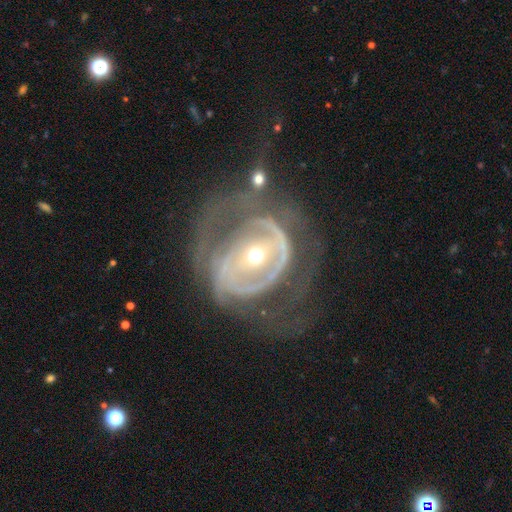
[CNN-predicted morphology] The model was most divided on "bar": no: 35%, strong: 33%, weak: 32%. Remaining: edge-on disk — no (96%); smooth or featured — featured or disk (83%); spiral arms — yes (66%); spiral winding — tight (50%); bulge size — small (50%); spiral arm count — 2 (45%); merging — none (39%).